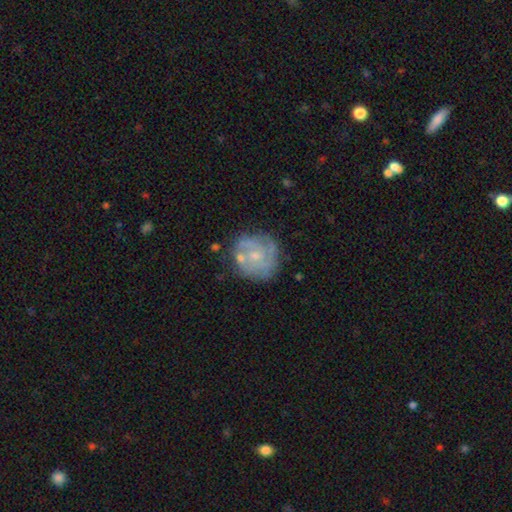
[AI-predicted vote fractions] A featured or disk galaxy (71%) with no bar (75%), spiral arms (72%) and a small central bulge (57%).

Vote fractions:
- Smooth or featured? featured or disk: 71% / smooth: 22% / star or artifact: 7%
- Edge-on disk? no: 98% / yes: 2%
- Bar? no: 75% / weak: 22% / strong: 3%
- Spiral arms? yes: 72% / no: 28%
- Bulge size? small: 57% / moderate: 32% / none: 8% / large: 2% / dominant: 1%
- Merging? none: 66% / minor disturbance: 19% / major disturbance: 9% / merger: 6%